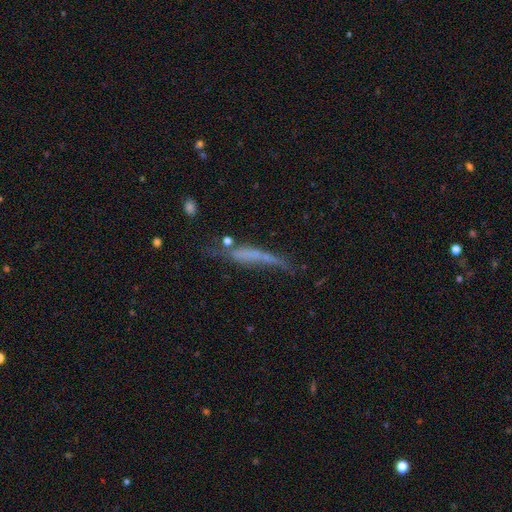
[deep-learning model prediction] A featured or disk galaxy (44%).

Vote fractions:
- Smooth or featured? featured or disk: 44% / smooth: 40% / star or artifact: 16%
- Merging? none: 41% / major disturbance: 26% / minor disturbance: 24% / merger: 10%